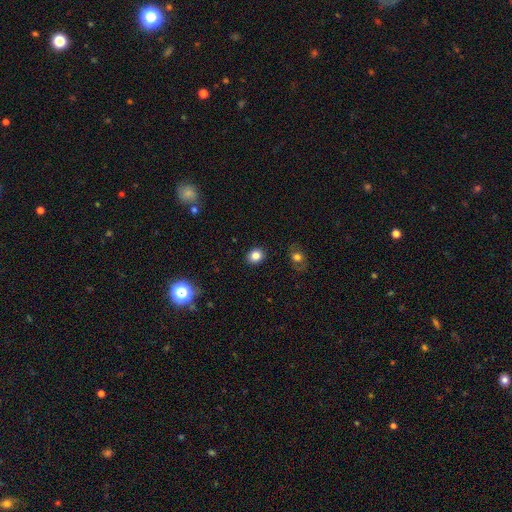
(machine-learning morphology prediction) A smooth galaxy with no disk features (83%) that is round (65%).

Vote fractions:
- Smooth or featured? smooth: 83% / star or artifact: 11% / featured or disk: 6%
- How rounded? round: 65% / in between: 34% / cigar-shaped: 1%
- Merging? none: 90% / minor disturbance: 7% / major disturbance: 2% / merger: 1%